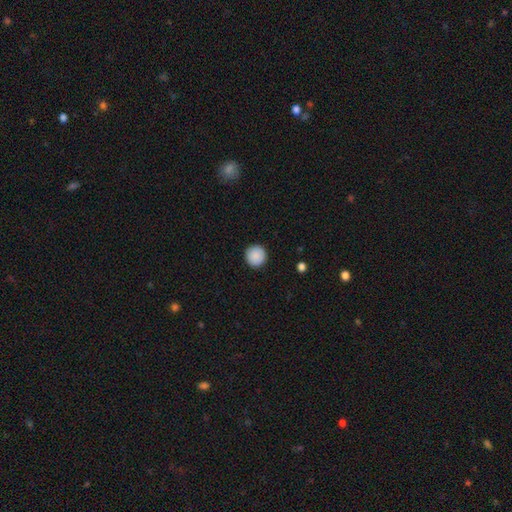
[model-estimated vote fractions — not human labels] Smooth or featured? Predicted: smooth (p=0.89). How rounded? Predicted: round (p=0.96). Merging? Predicted: none (p=0.92).